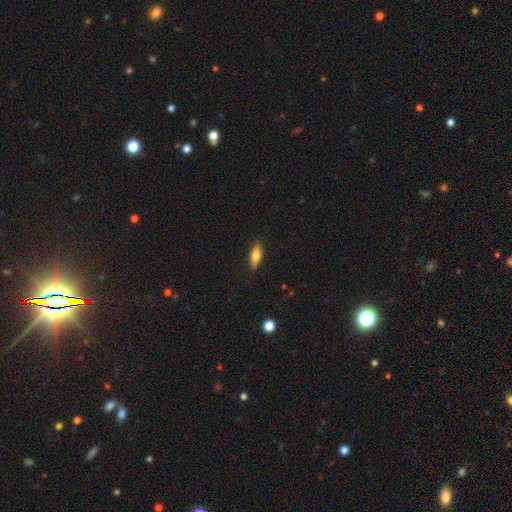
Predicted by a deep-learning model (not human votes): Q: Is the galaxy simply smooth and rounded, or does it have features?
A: smooth — 70%.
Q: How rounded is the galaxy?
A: in between — 62%.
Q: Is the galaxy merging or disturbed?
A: none — 88%.